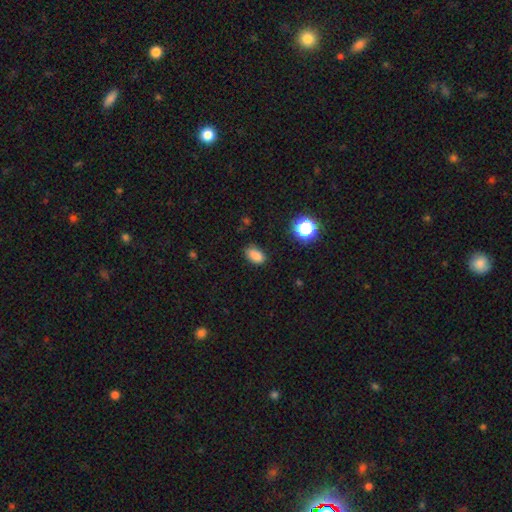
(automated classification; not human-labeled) A smooth galaxy with no disk features (83%) that is in between round and cigar-shaped (86%).

Vote fractions:
- Smooth or featured? smooth: 83% / star or artifact: 13% / featured or disk: 4%
- How rounded? in between: 86% / round: 12% / cigar-shaped: 2%
- Merging? none: 77% / minor disturbance: 17% / major disturbance: 4% / merger: 2%